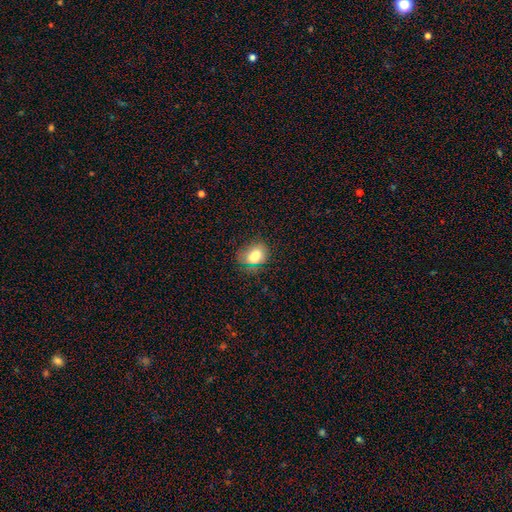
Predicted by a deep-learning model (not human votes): A smooth galaxy with no disk features (79%) that is in between round and cigar-shaped (55%).

Vote fractions:
- Smooth or featured? smooth: 79% / star or artifact: 11% / featured or disk: 9%
- How rounded? in between: 55% / round: 44% / cigar-shaped: 1%
- Merging? none: 69% / minor disturbance: 22% / major disturbance: 7% / merger: 2%